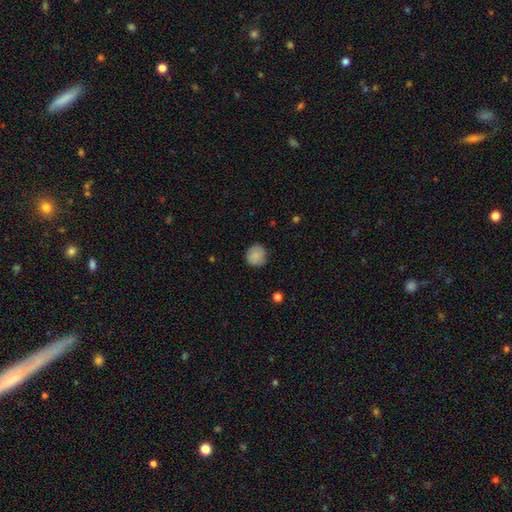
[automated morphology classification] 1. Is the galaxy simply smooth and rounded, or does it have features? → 84% smooth, 8% star or artifact, 8% featured or disk.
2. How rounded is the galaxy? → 90% round, 9% in between, 1% cigar-shaped.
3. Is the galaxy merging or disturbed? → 81% none, 14% minor disturbance, 3% major disturbance, 1% merger.